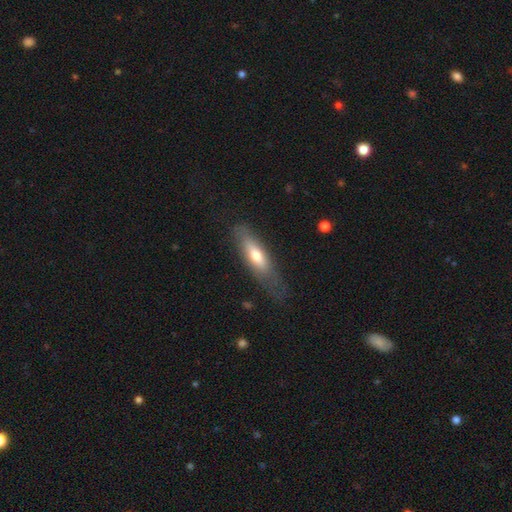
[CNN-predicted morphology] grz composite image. It shows a smooth galaxy with no disk features (60%) that is in between round and cigar-shaped (50%). Merging: none (66%).